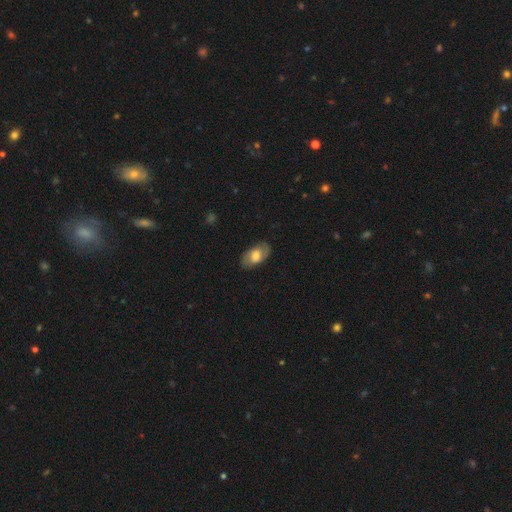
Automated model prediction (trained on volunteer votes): Q: Smooth or featured?
A: smooth (56%); runner-up: featured or disk (38%)
Q: How rounded?
A: in between (92%); runner-up: round (5%)
Q: Merging?
A: none (82%); runner-up: minor disturbance (14%)